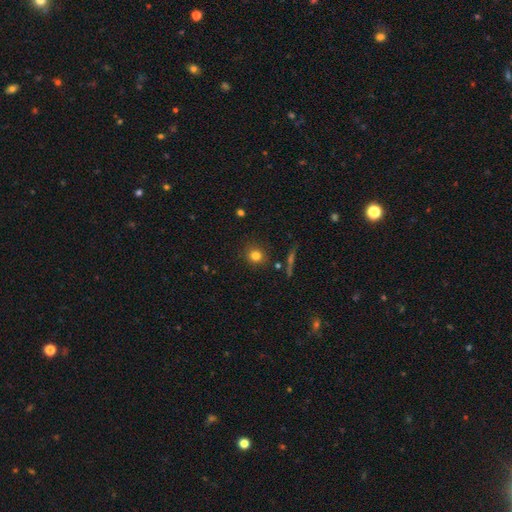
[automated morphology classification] This is likely a smooth galaxy (79%). How rounded: clearly round (88%). Merging: clearly none (87%).